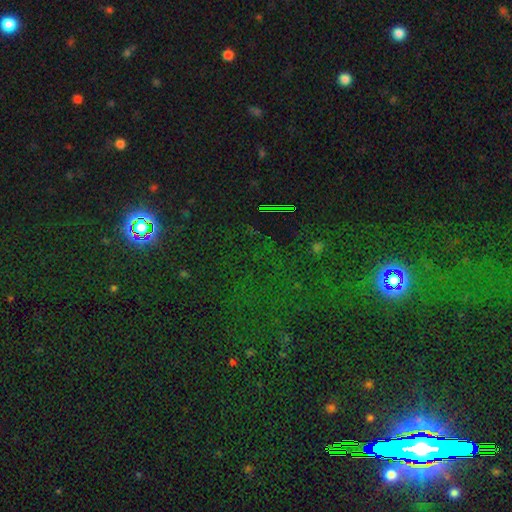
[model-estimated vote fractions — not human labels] The model was most divided on "smooth or featured": star or artifact: 77%, smooth: 16%, featured or disk: 7%.